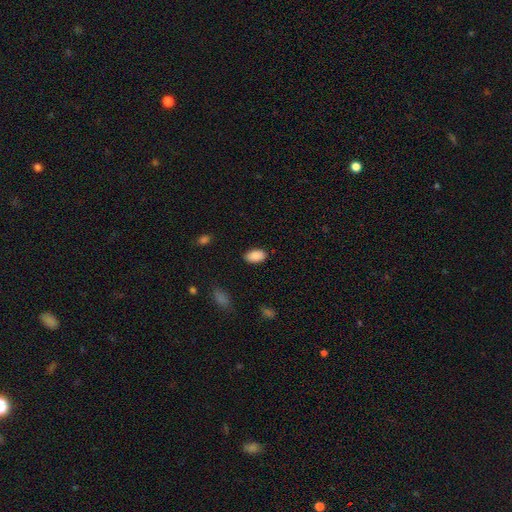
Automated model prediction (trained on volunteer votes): smooth_or_featured: smooth (p=0.89) [alt: star or artifact p=0.07]
how_rounded: in between (p=0.93) [alt: round p=0.05]
merging: none (p=0.87) [alt: minor disturbance p=0.10]